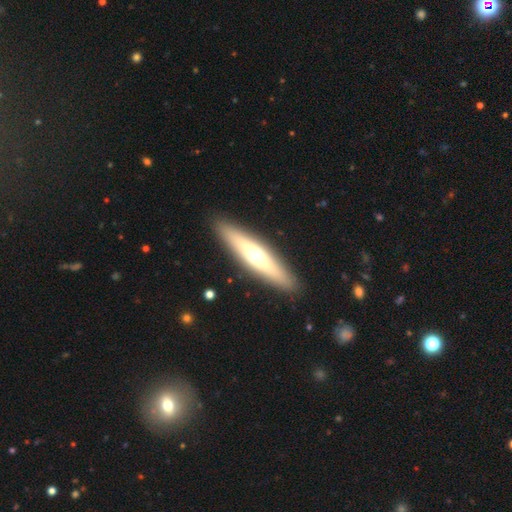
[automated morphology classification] This appears to be a featured or disk galaxy (48%). Merging: none (90%).